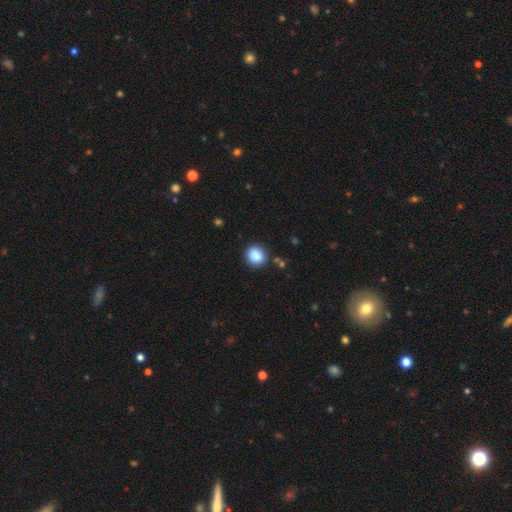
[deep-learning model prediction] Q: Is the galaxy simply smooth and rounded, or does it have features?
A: smooth — 88%.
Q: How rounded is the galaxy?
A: round — 76%.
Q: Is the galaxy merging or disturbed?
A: none — 83%.